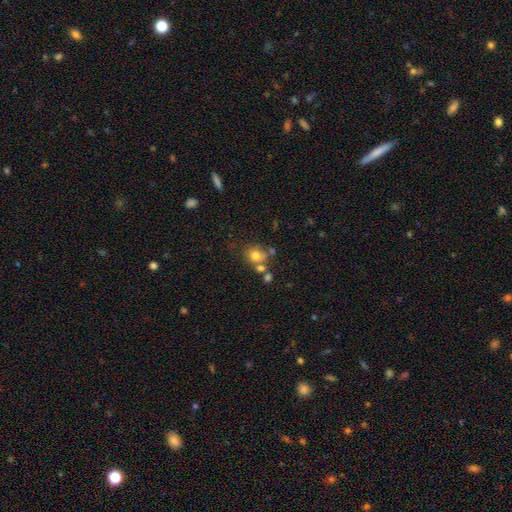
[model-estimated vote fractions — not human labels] Smooth or featured? Predicted: smooth (p=0.73). How rounded? Predicted: round (p=0.74). Merging? Predicted: none (p=0.52).